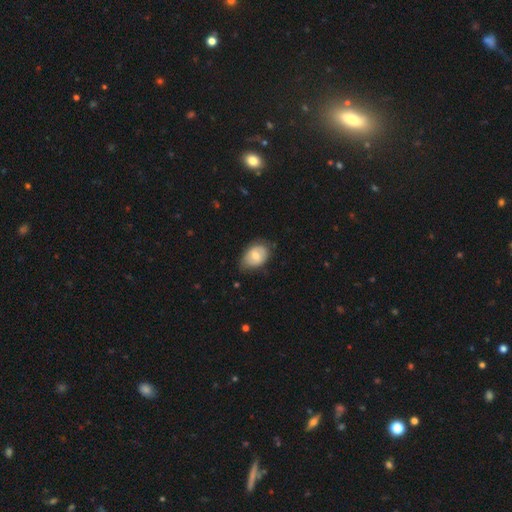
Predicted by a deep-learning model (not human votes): This appears to be a smooth galaxy with no disk features (65%) that is in between round and cigar-shaped (81%). Merging: none (63%).